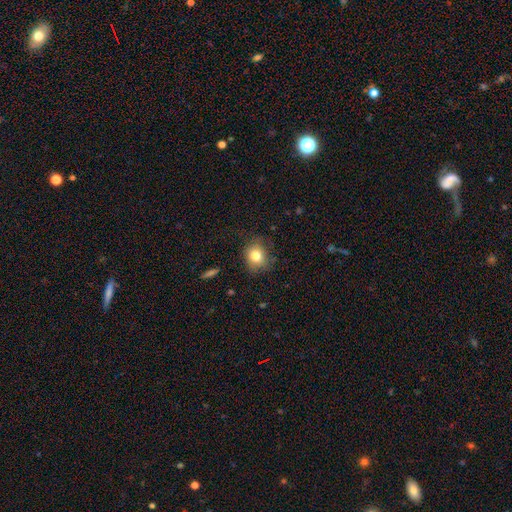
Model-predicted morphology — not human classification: Smooth or featured: smooth — 80% (star or artifact — 11%)
How rounded: round — 69% (in between — 30%)
Merging: none — 75% (minor disturbance — 18%)